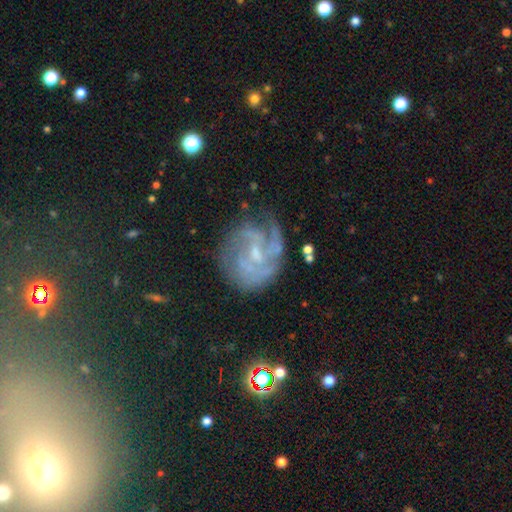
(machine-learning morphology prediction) The model was most divided on "spiral arm count": can't tell: 32%, 2: 25%, 3: 22%, 1: 8%, 4: 7%, more than 4: 5%. Remaining: edge-on disk — no (98%); spiral arms — yes (91%); smooth or featured — featured or disk (78%); merging — none (61%); bulge size — small (60%); bar — weak (51%); spiral winding — tight (48%).